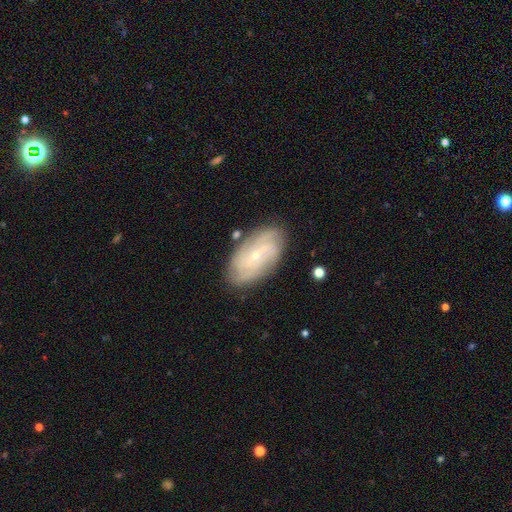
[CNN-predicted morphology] type=featured or disk (70%); edge-on=no (94%); bar=no (73%); spiral arms=yes (89%); winding=tight (59%); arm count=can't tell (42%); bulge=small (79%); merging=none (81%).